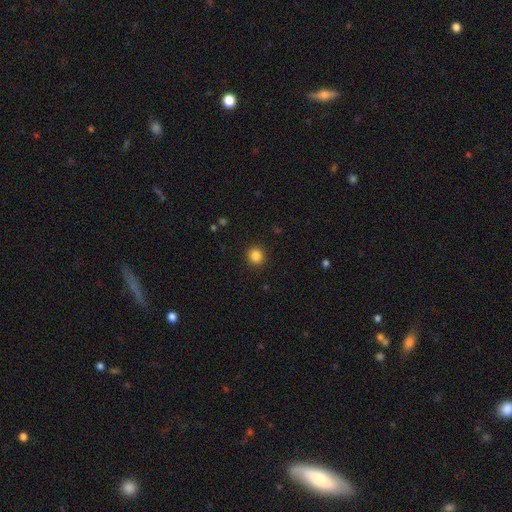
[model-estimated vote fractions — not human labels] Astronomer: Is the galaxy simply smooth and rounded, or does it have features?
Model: smooth — 84%.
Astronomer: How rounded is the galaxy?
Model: round — 91%.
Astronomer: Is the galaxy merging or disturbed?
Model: none — 92%.